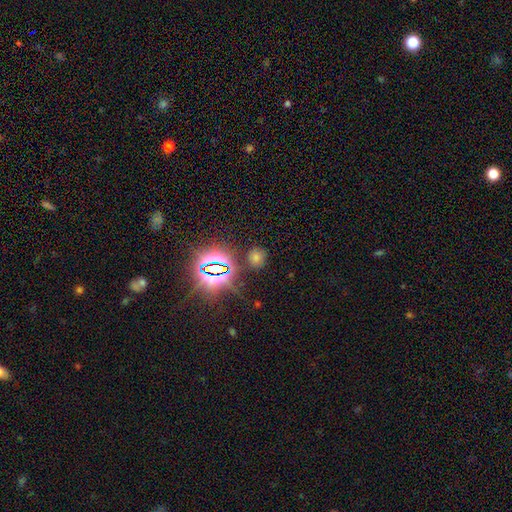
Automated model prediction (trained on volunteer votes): A star or artifact, not a galaxy (48%).